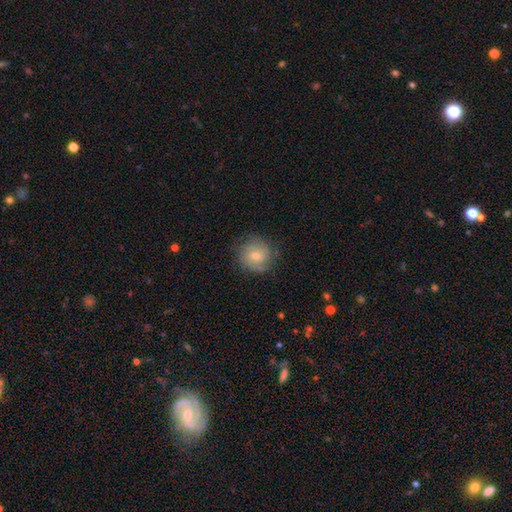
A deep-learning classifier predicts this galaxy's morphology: smooth-or-featured: featured or disk: 61% | smooth: 32% | star or artifact: 8%
  disk-edge-on: no: 97% | yes: 3%
    bar: no: 68% | weak: 28% | strong: 4%
    has-spiral-arms: yes: 89% | no: 11%
      spiral-winding: tight: 59% | medium: 31% | loose: 10%
      spiral-arm-count: can't tell: 35% | 2: 27% | 3: 20% | 4: 7% | 1: 6% | more than 4: 5%
    bulge-size: small: 49% | moderate: 47% | large: 2% | none: 1% | dominant: 1%
  merging: none: 79% | minor disturbance: 15% | major disturbance: 6% | merger: 1%